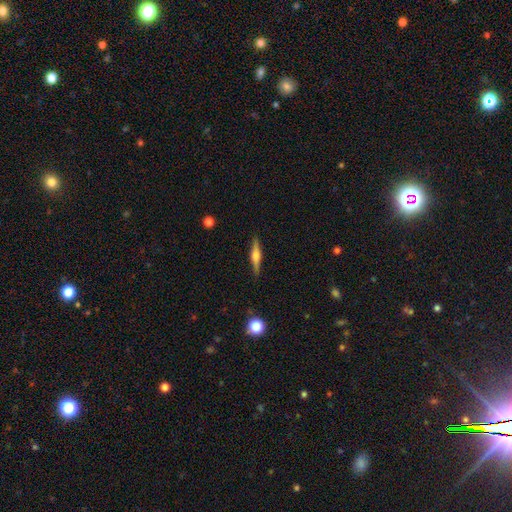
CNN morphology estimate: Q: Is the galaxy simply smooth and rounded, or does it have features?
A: featured or disk — 66%.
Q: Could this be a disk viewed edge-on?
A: yes — 97%.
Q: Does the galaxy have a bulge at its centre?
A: rounded — 85%.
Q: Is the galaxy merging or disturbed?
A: none — 89%.